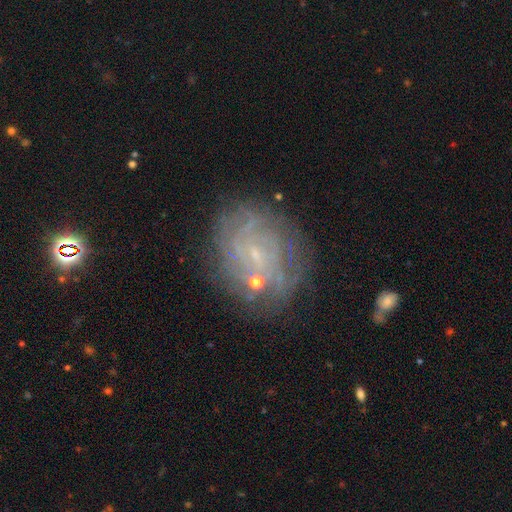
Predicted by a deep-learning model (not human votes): Smooth or featured: featured or disk — 71% (smooth — 17%)
Edge-on disk: no — 97% (yes — 3%)
Bar: no — 63% (weak — 30%)
Spiral arms: yes — 81% (no — 19%)
Spiral winding: tight — 67% (medium — 23%)
Spiral arm count: can't tell — 53% (2 — 12%)
Bulge size: small — 83% (moderate — 8%)
Merging: none — 74% (minor disturbance — 15%)